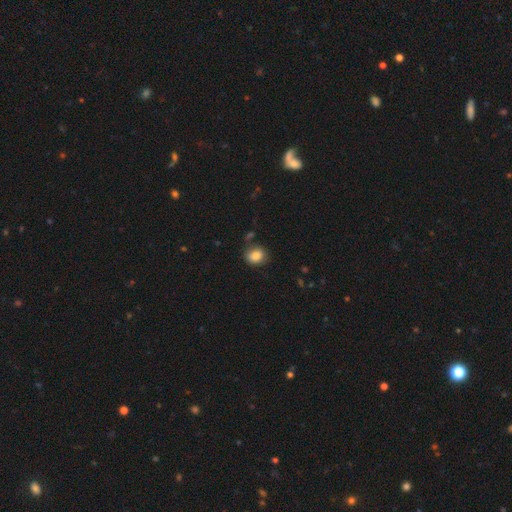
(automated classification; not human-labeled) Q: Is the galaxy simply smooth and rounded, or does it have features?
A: smooth — 84%.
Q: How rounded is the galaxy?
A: round — 63%.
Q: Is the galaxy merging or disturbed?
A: none — 78%.